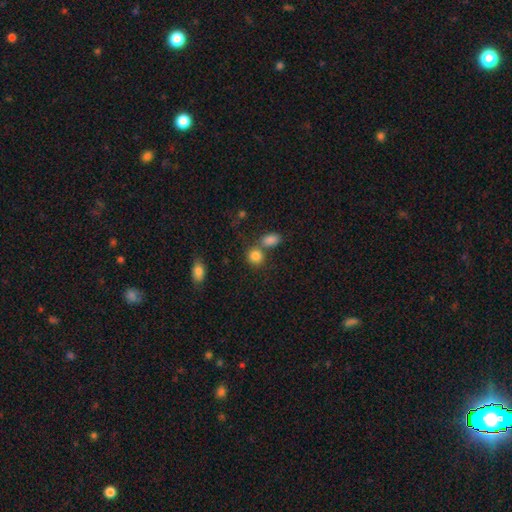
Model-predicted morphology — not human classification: Smooth or featured?
  - smooth: 84% *
  - star or artifact: 10%
  - featured or disk: 6%
How rounded?
  - round: 68% *
  - in between: 31%
  - cigar-shaped: 1%
Merging?
  - none: 55% *
  - merger: 32%
  - minor disturbance: 10%
  - major disturbance: 4%